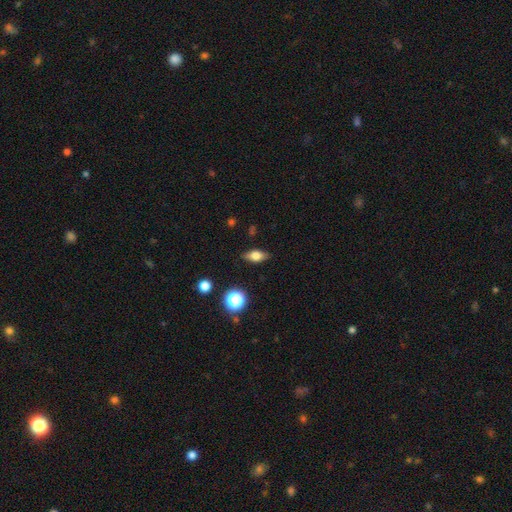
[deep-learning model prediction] Morphology: type=smooth (66%); roundness=in between (77%); merging=none (85%).